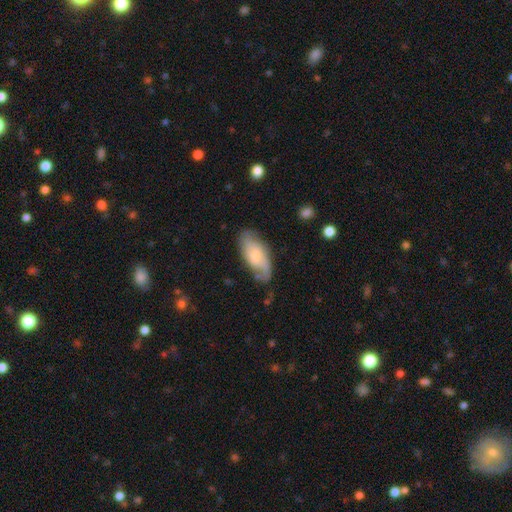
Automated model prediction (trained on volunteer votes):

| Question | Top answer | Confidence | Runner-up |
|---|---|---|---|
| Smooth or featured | featured or disk | 54% | smooth (40%) |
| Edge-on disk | no | 91% | yes (9%) |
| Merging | none | 67% | minor disturbance (23%) |